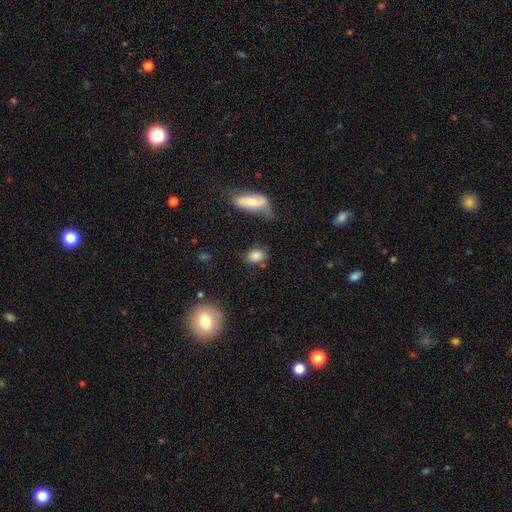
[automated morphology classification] This appears to be a smooth galaxy with no disk features (83%) that is in between round and cigar-shaped (68%). Merging: none (71%).